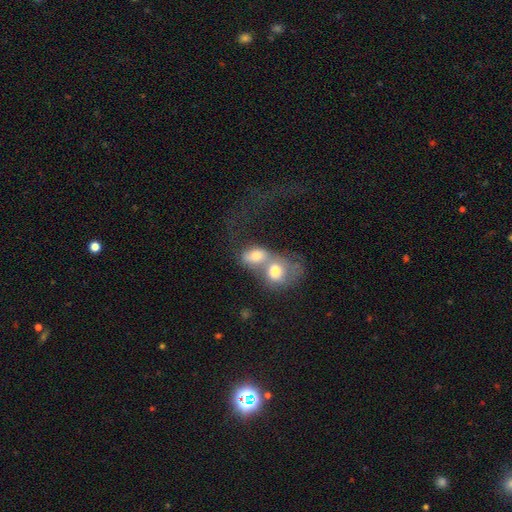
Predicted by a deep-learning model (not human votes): Morphology: type=smooth (66%); roundness=in between (57%); merging=merger (76%).